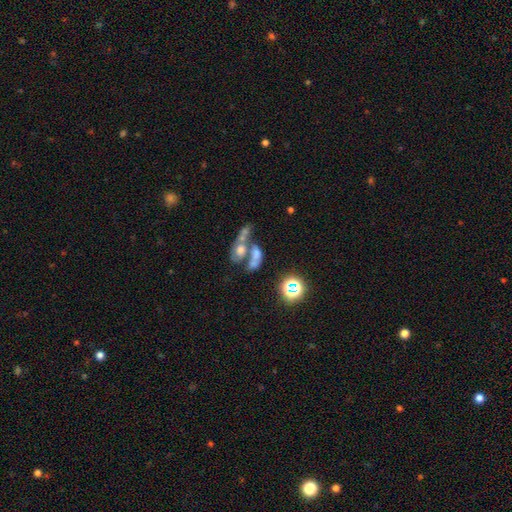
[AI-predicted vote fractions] Smooth or featured: smooth — 44% (featured or disk — 34%)
Merging: merger — 65% (none — 15%)